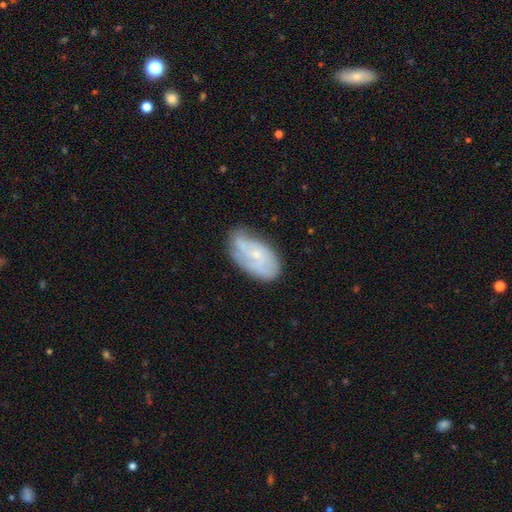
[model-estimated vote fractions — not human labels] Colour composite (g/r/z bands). It shows a featured or disk galaxy (64%) with no bar (70%), spiral arms (81%) and a small central bulge (74%). Merging: none (59%).